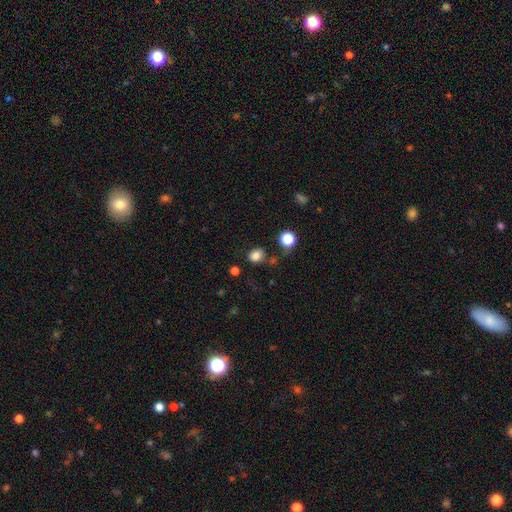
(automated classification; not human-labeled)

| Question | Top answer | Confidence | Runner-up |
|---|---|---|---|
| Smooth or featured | smooth | 82% | star or artifact (13%) |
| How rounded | round | 71% | in between (28%) |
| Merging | none | 76% | minor disturbance (13%) |